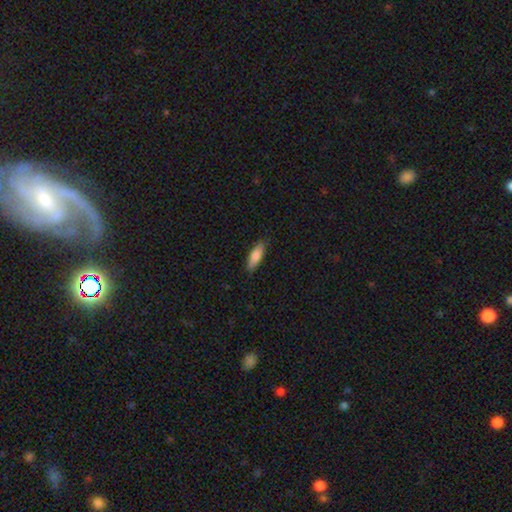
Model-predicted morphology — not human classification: type=smooth (77%); roundness=in between (52%); merging=none (85%).